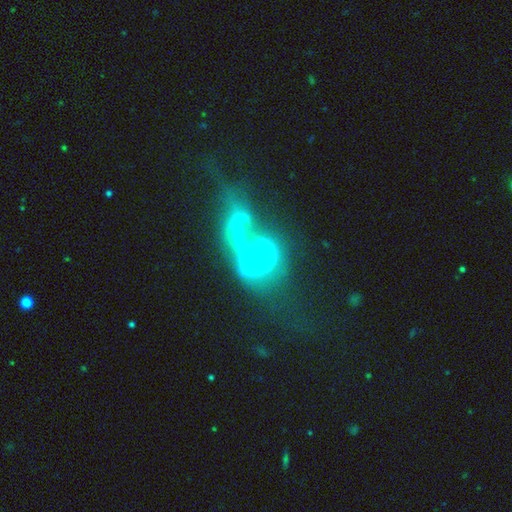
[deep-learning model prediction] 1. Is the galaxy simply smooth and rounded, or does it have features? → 73% featured or disk, 14% smooth, 13% star or artifact.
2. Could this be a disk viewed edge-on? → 97% no, 3% yes.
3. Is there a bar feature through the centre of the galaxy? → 63% no, 21% weak, 16% strong.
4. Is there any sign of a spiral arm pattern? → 68% yes, 32% no.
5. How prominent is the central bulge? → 43% none, 22% moderate, 22% small, 9% large, 3% dominant.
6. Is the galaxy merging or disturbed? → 60% merger, 25% major disturbance, 9% none, 6% minor disturbance.